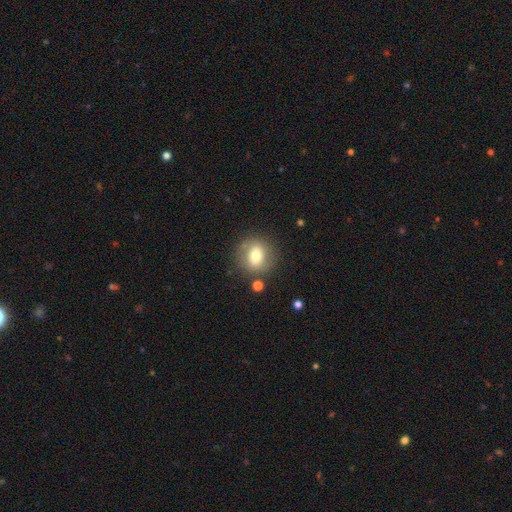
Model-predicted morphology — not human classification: The model was most divided on "smooth or featured": smooth: 67%, featured or disk: 24%, star or artifact: 9%. More confident: merging — none (79%); how rounded — round (79%).